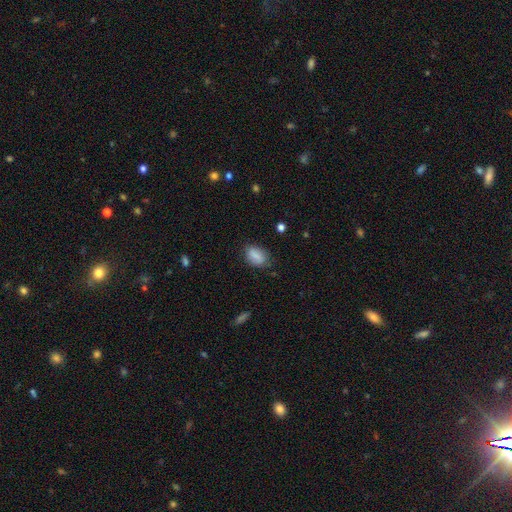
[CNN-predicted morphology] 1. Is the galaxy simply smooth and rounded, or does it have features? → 81% smooth, 11% featured or disk, 8% star or artifact.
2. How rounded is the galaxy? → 82% in between, 16% round, 2% cigar-shaped.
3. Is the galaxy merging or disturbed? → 73% none, 20% minor disturbance, 5% major disturbance, 2% merger.